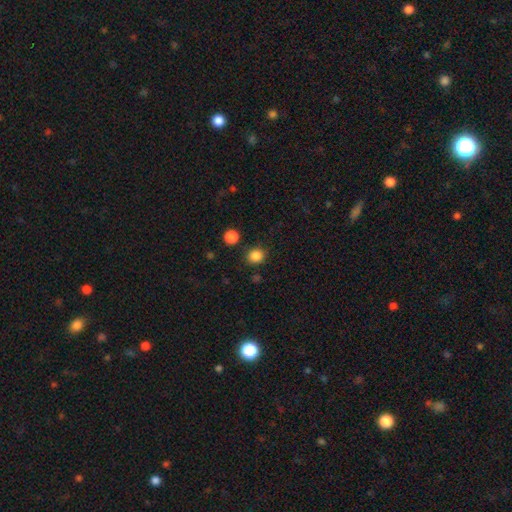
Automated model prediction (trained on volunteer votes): This appears to be a smooth galaxy with no disk features (85%) that is round (81%). Merging: none (86%).